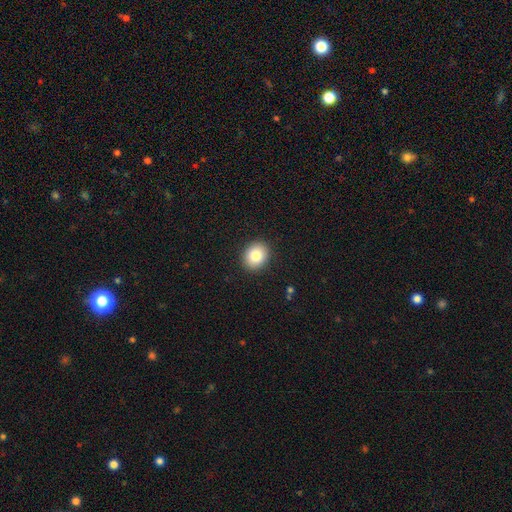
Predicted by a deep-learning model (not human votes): smooth_or_featured: smooth (p=0.82) [alt: star or artifact p=0.09]
how_rounded: round (p=0.62) [alt: in between p=0.37]
merging: none (p=0.91) [alt: minor disturbance p=0.06]